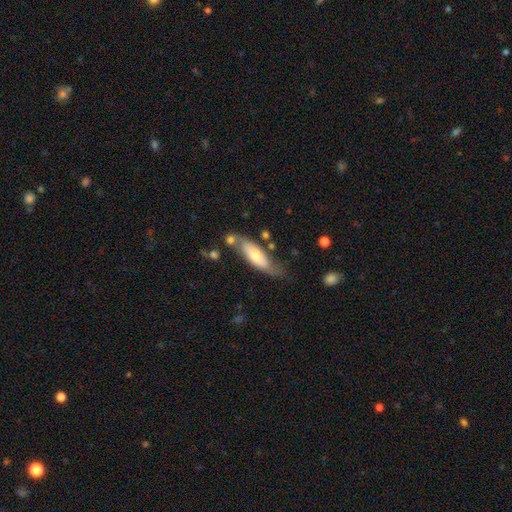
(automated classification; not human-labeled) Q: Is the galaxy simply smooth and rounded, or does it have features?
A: smooth — 57%.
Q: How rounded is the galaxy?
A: in between — 57%.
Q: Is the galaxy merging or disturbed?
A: none — 53%.